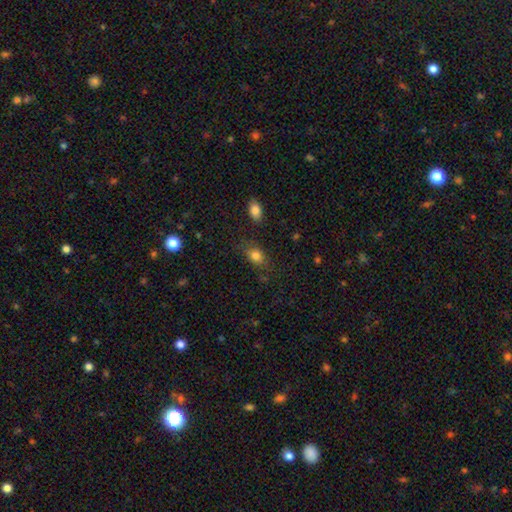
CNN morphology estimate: smooth 81%, star or artifact 10%, featured or disk 9%. Down the decision tree: how rounded — in between (76%); merging — none (71%).